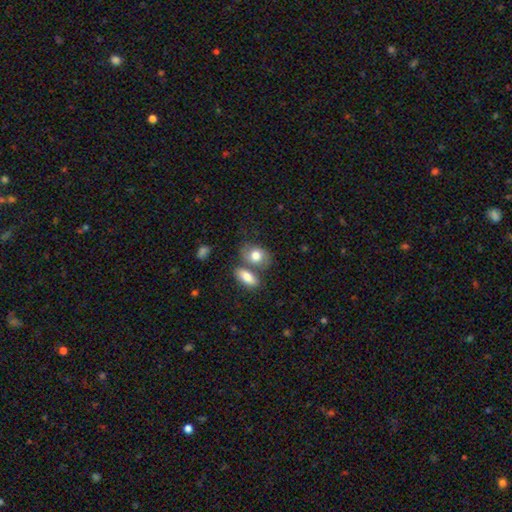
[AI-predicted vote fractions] The model was most divided on "merging": none: 44%, merger: 35%, minor disturbance: 15%, major disturbance: 6%. More confident: how rounded — in between (76%); smooth or featured — smooth (71%).